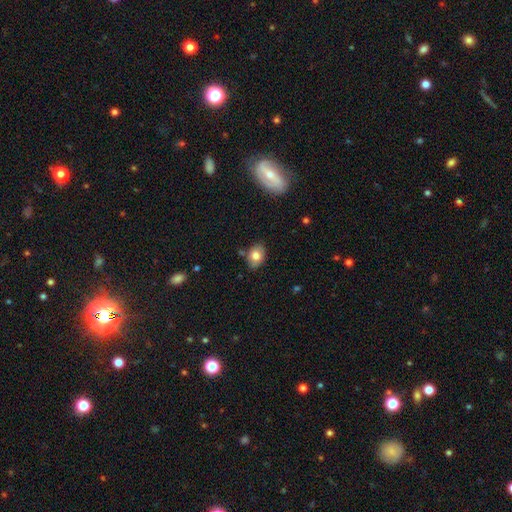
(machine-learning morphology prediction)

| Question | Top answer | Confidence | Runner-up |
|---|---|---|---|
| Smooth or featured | smooth | 78% | featured or disk (14%) |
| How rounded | in between | 75% | round (24%) |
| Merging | none | 76% | minor disturbance (17%) |